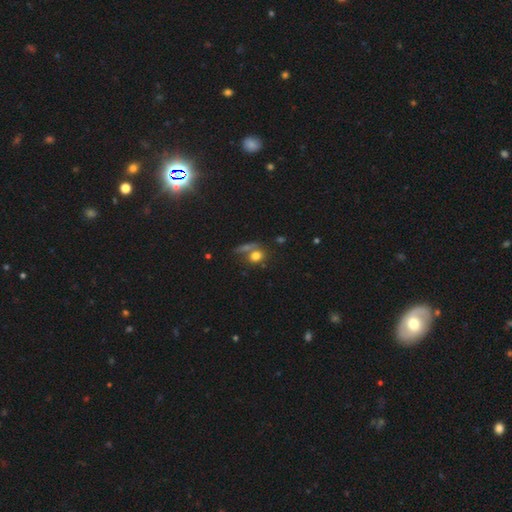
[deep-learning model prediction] Smooth or featured: smooth — 75% (star or artifact — 13%)
How rounded: round — 61% (in between — 36%)
Merging: none — 51% (merger — 26%)